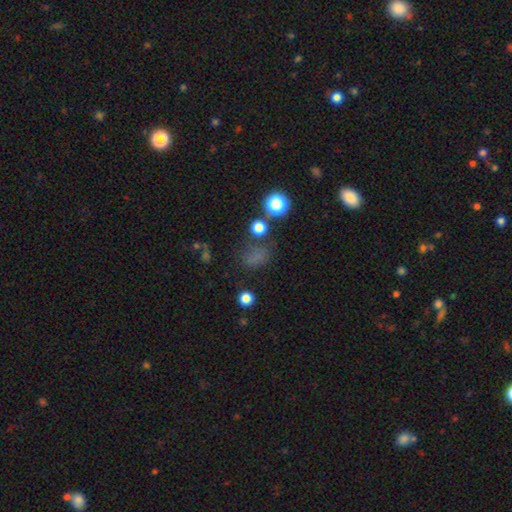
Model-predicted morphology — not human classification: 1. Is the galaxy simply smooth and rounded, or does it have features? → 62% smooth, 29% star or artifact, 9% featured or disk.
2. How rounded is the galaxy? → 49% round (tied), 49% in between (tied), 2% cigar-shaped.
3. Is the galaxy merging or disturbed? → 60% none, 19% minor disturbance, 14% major disturbance, 7% merger.